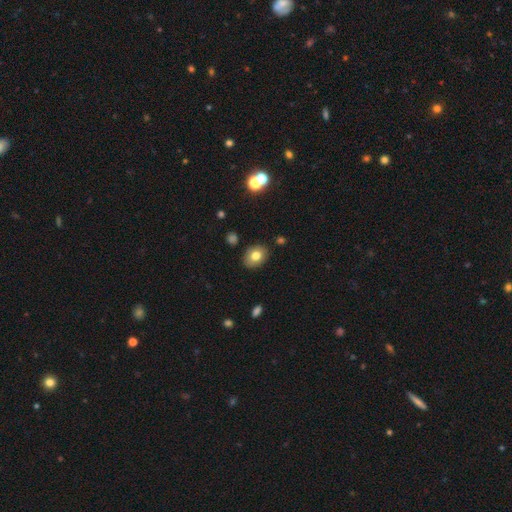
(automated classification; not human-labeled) Overall: smooth (76%). How rounded: in between (60%; round 40%). Merging: none (86%).